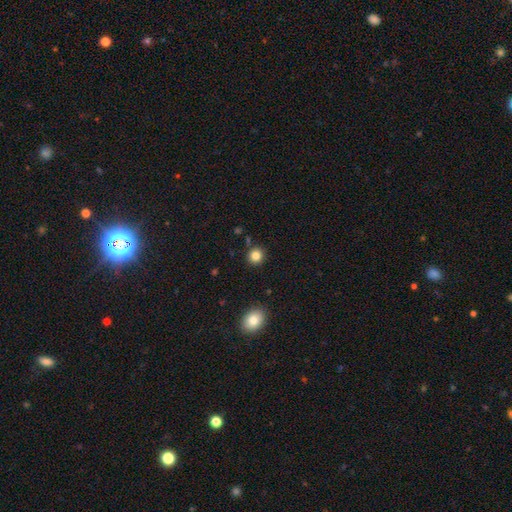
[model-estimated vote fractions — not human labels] smooth_or_featured: smooth (p=0.84) [alt: star or artifact p=0.11]
how_rounded: round (p=0.88) [alt: in between p=0.11]
merging: none (p=0.88) [alt: minor disturbance p=0.07]